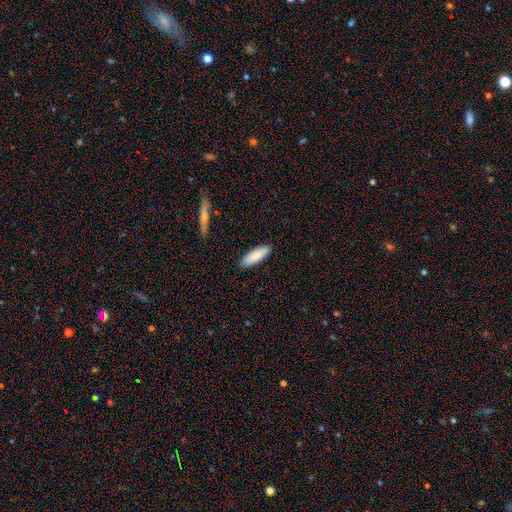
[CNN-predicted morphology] Smooth or featured? smooth (87%)
How rounded? in between (51%)
Merging? none (89%)